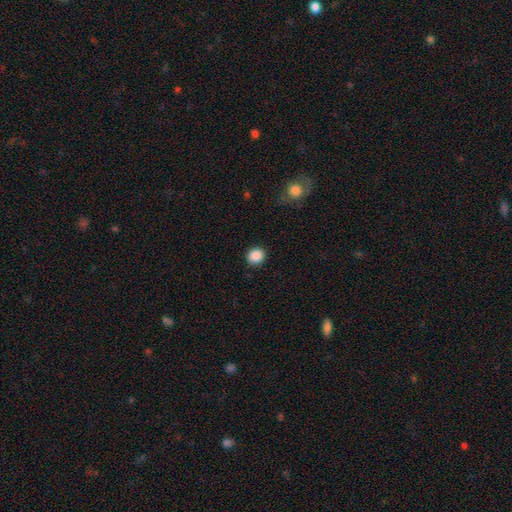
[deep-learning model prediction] Q: Smooth or featured?
A: smooth (88%); runner-up: star or artifact (9%)
Q: How rounded?
A: round (83%); runner-up: in between (16%)
Q: Merging?
A: none (90%); runner-up: minor disturbance (7%)